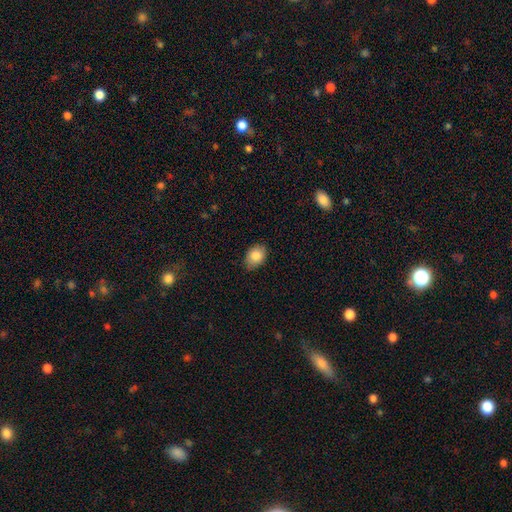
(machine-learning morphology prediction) A smooth galaxy with no disk features (85%) that is in between round and cigar-shaped (78%).

Vote fractions:
- Smooth or featured? smooth: 85% / star or artifact: 8% / featured or disk: 7%
- How rounded? in between: 78% / round: 21% / cigar-shaped: 1%
- Merging? none: 83% / minor disturbance: 13% / major disturbance: 2% / merger: 1%